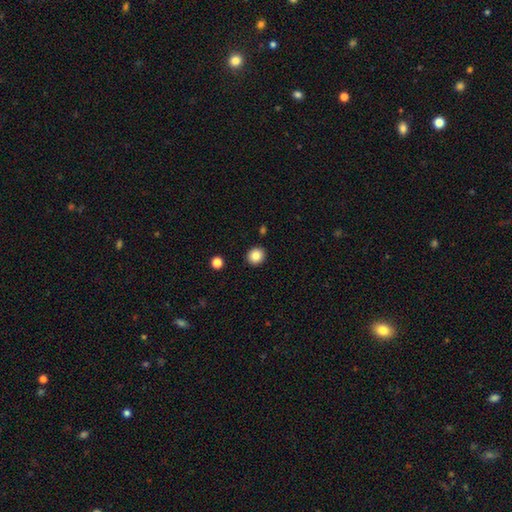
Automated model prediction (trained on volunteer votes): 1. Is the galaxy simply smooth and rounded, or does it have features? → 85% smooth, 9% star or artifact, 5% featured or disk.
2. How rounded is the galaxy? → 86% round, 13% in between, 1% cigar-shaped.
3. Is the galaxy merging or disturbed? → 91% none, 5% minor disturbance, 2% major disturbance, 2% merger.